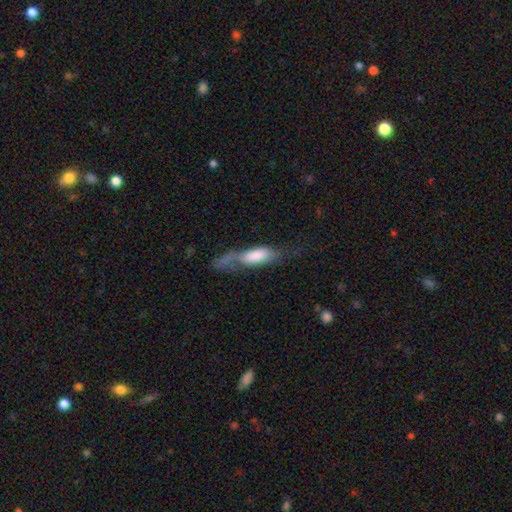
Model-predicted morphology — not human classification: This is likely a smooth galaxy (67%). How rounded: likely in between (69%). Merging: marginally major disturbance (42%).